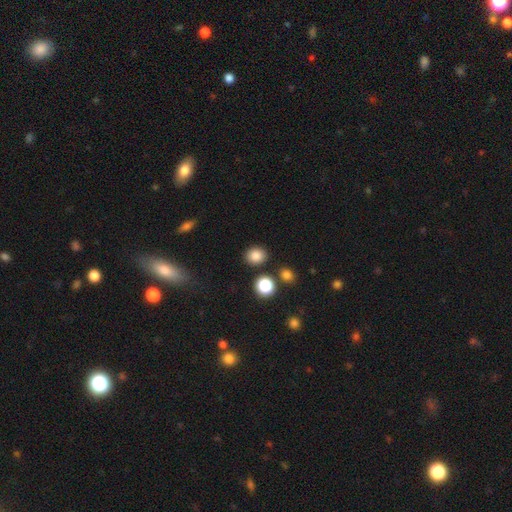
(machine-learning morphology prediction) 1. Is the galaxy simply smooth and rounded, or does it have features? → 83% smooth, 12% star or artifact, 5% featured or disk.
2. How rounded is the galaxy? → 68% round, 31% in between, 1% cigar-shaped.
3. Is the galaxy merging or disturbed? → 84% none, 8% minor disturbance, 5% merger, 3% major disturbance.